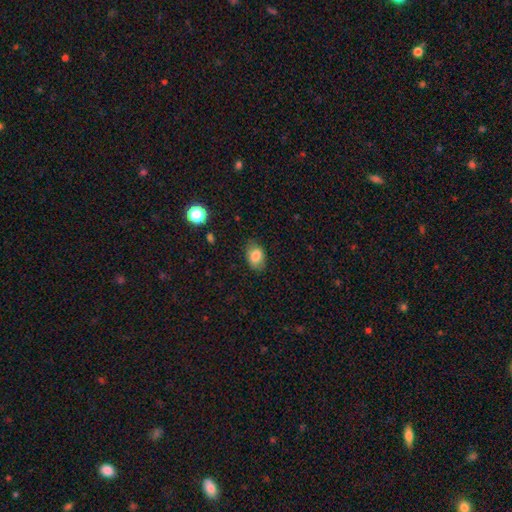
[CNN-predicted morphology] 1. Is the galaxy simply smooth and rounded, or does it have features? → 81% smooth, 11% featured or disk, 9% star or artifact.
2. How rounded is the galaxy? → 79% in between, 20% round, 1% cigar-shaped.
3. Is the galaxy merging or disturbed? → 74% none, 20% minor disturbance, 5% major disturbance, 1% merger.